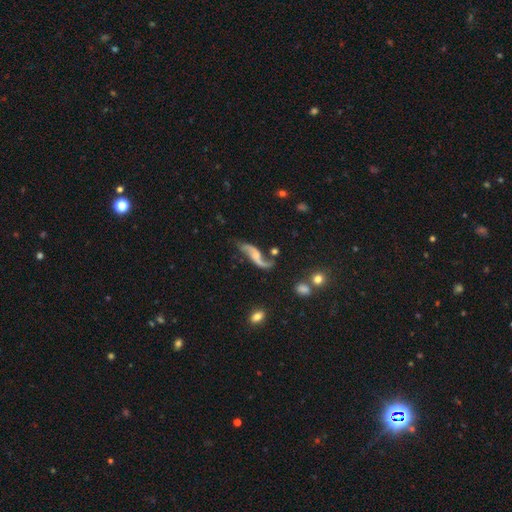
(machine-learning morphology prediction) A featured or disk galaxy (86%) with no bar (56%), 2 (91%) loose (89%) spiral arms (95%) and a small central bulge (46%).

Vote fractions:
- Smooth or featured? featured or disk: 86% / smooth: 9% / star or artifact: 6%
- Edge-on disk? no: 93% / yes: 7%
- Bar? no: 56% / weak: 33% / strong: 11%
- Spiral arms? yes: 95% / no: 5%
- Spiral winding? loose: 89% / medium: 8% / tight: 2%
- Spiral arm count? 2: 91% / 1: 4% / can't tell: 2% / 3: 1% / 4: 1% / more than 4: 1%
- Bulge size? small: 46% / moderate: 28% / none: 20% / large: 4% / dominant: 2%
- Merging? none: 59% / minor disturbance: 20% / major disturbance: 14% / merger: 7%